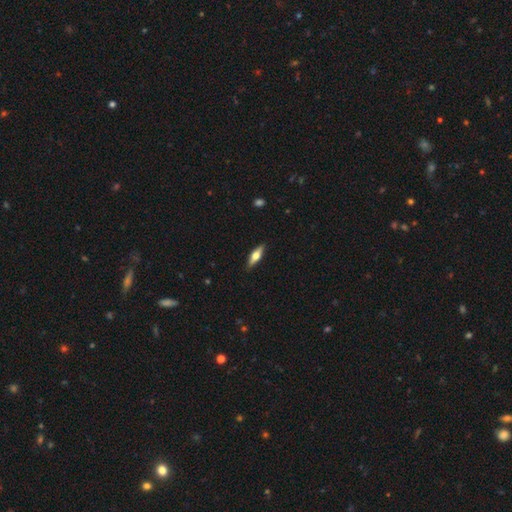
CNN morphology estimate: Smooth or featured: featured or disk — 53% (smooth — 41%)
Edge-on disk: yes — 93% (no — 7%)
Merging: none — 89% (minor disturbance — 8%)